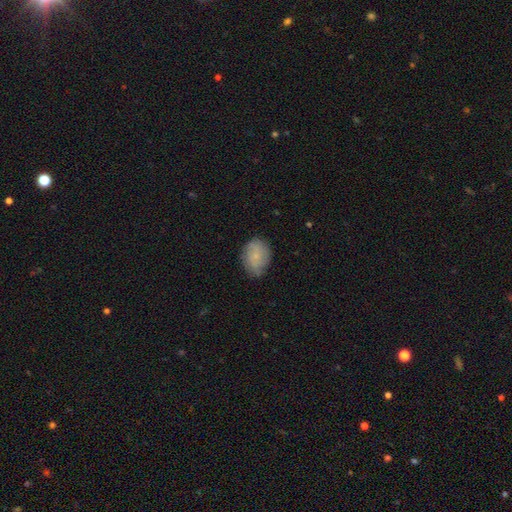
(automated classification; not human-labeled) Smooth or featured?
  - smooth: 69% *
  - featured or disk: 23%
  - star or artifact: 8%
How rounded?
  - in between: 67% *
  - round: 32%
  - cigar-shaped: 1%
Merging?
  - none: 69% *
  - minor disturbance: 24%
  - major disturbance: 5%
  - merger: 1%